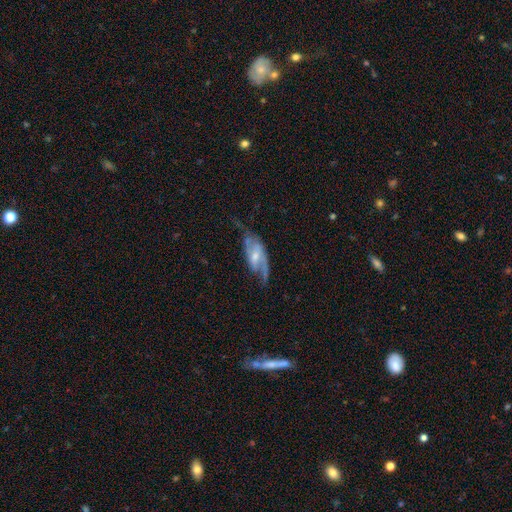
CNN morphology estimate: Overall: featured or disk (77%). Edge-on disk: no (91%). Bar: weak (46%; no 31%). Spiral arms: yes (87%). Spiral arm count: 2 (76%). Spiral winding: loose (44%; medium 40%). Bulge size: moderate (47%; small 41%). Merging: none (51%; minor disturbance 25%).